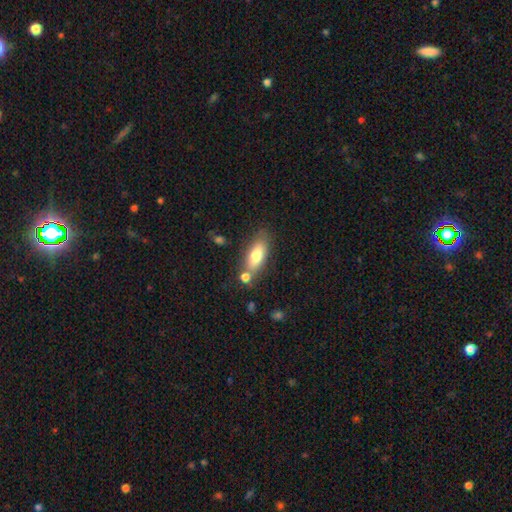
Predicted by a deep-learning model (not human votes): A smooth galaxy with no disk features (75%) that is in between round and cigar-shaped (78%). Merging: none (64%).